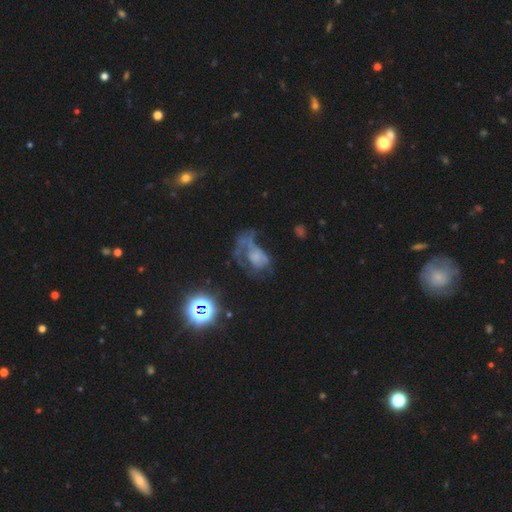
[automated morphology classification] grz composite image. It shows a featured or disk galaxy (52%) with no bar (85%), no spiral arms (59%) and no central bulge (49%). Merging: major disturbance (51%).